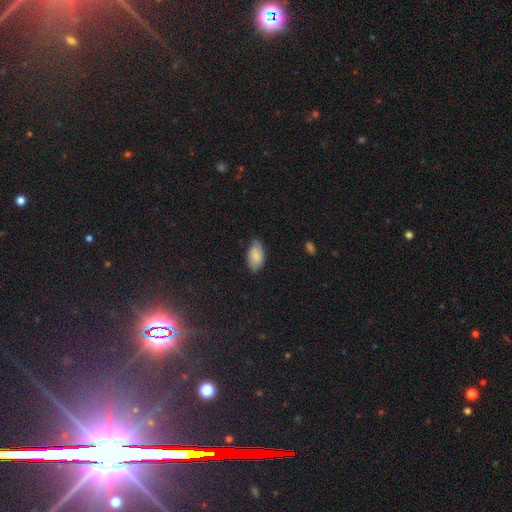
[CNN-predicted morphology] Smooth or featured?
  - smooth: 77% *
  - featured or disk: 16%
  - star or artifact: 8%
How rounded?
  - in between: 94% *
  - round: 3%
  - cigar-shaped: 2%
Merging?
  - none: 72% *
  - minor disturbance: 22%
  - major disturbance: 4%
  - merger: 1%